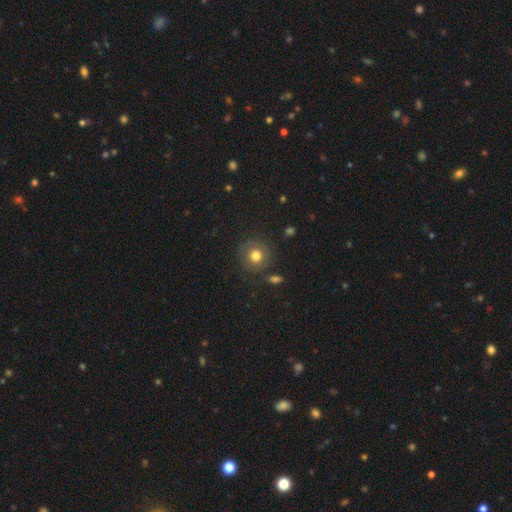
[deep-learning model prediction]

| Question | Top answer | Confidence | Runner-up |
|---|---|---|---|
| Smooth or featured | smooth | 76% | star or artifact (12%) |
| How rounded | round | 92% | in between (7%) |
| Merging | none | 84% | minor disturbance (9%) |